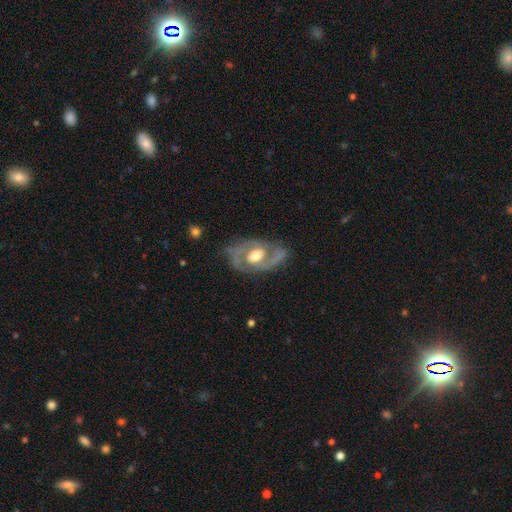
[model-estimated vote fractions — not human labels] A featured or disk galaxy (89%) with a weak bar (43%), 2 (90%) medium (55%) spiral arms (94%) and a moderate central bulge (71%). Merging: none (76%).